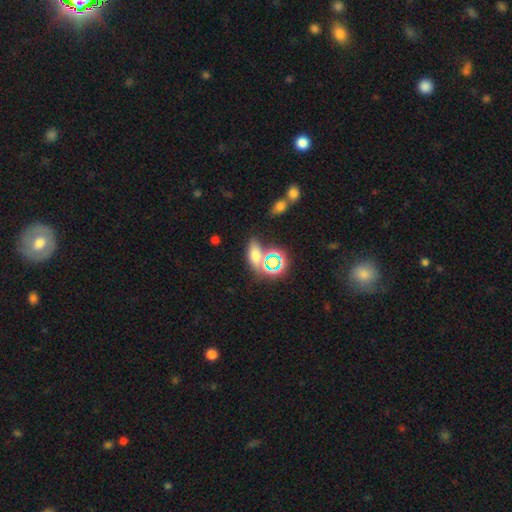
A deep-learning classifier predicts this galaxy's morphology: Smooth or featured?
  - smooth: 56% *
  - star or artifact: 33%
  - featured or disk: 11%
How rounded?
  - in between: 74% *
  - round: 17%
  - cigar-shaped: 8%
Merging?
  - none: 66% *
  - merger: 15%
  - minor disturbance: 13%
  - major disturbance: 6%